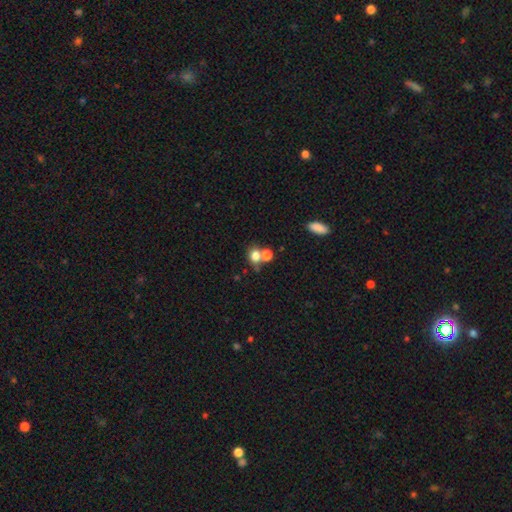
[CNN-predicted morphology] This appears to be a smooth galaxy with no disk features (77%) that is round (61%). Merging: none (45%).